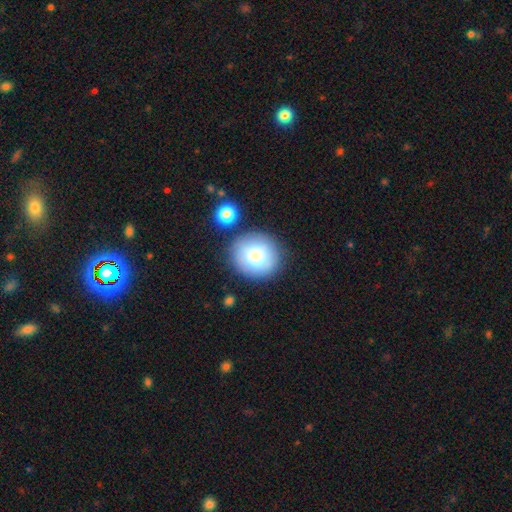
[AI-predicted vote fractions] smooth 74%, featured or disk 15%, star or artifact 10%. Down the decision tree: how rounded — round (89%); merging — none (81%).